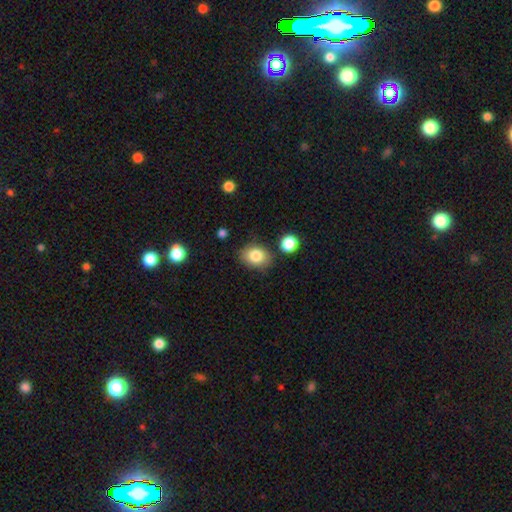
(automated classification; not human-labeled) Smooth or featured? smooth (83%)
How rounded? in between (65%)
Merging? none (79%)